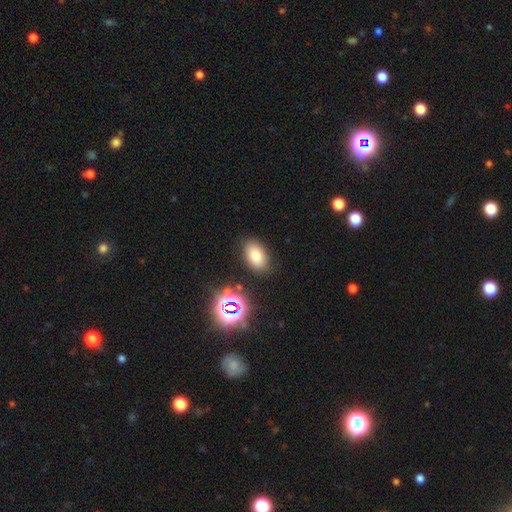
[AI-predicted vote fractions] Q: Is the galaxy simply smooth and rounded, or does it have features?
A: smooth — 73%.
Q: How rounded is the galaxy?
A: in between — 89%.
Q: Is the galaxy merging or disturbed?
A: none — 85%.